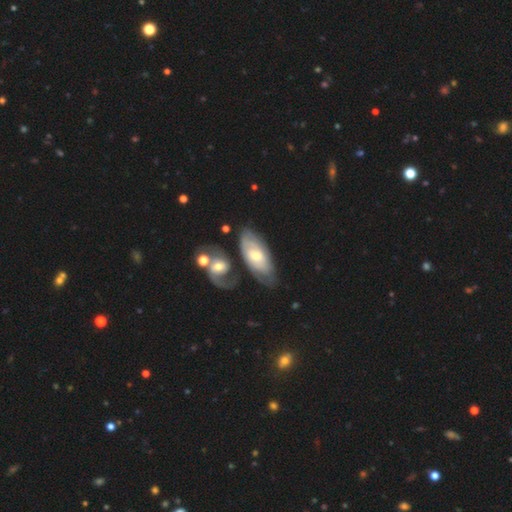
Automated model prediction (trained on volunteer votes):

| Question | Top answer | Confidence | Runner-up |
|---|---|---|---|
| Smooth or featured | featured or disk | 60% | smooth (35%) |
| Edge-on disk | no | 87% | yes (13%) |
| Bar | no | 68% | weak (26%) |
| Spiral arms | yes | 70% | no (30%) |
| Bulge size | moderate | 59% | small (32%) |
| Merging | none | 54% | minor disturbance (19%) |